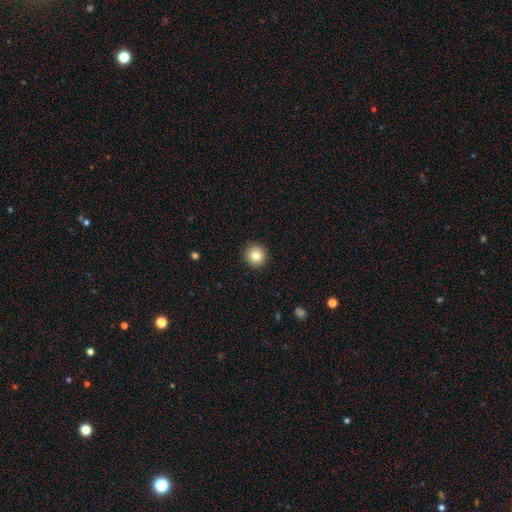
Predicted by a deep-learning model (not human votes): This appears to be a smooth galaxy with no disk features (82%) that is round (95%). Merging: none (93%).